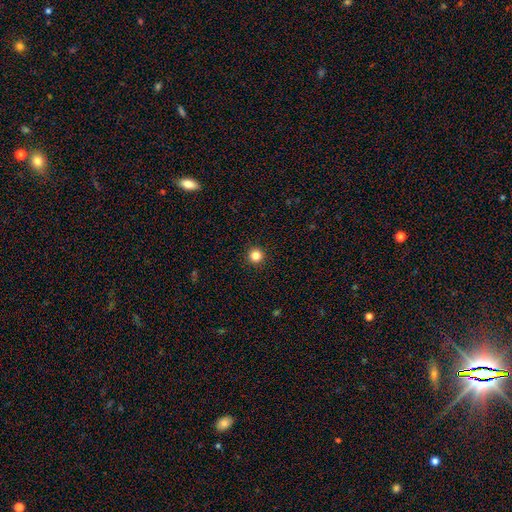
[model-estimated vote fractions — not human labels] Q: Smooth or featured?
A: smooth (84%); runner-up: star or artifact (12%)
Q: How rounded?
A: round (96%); runner-up: in between (3%)
Q: Merging?
A: none (93%); runner-up: minor disturbance (4%)